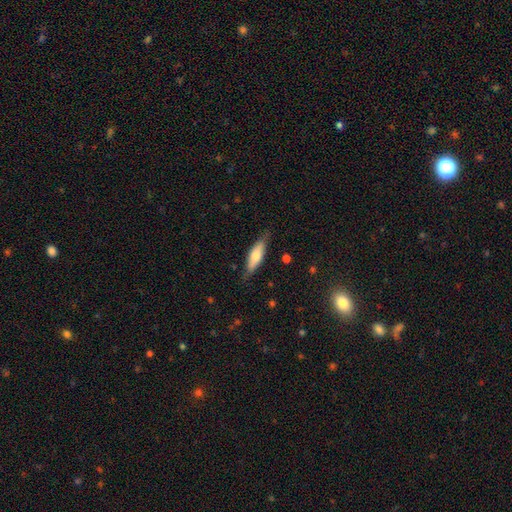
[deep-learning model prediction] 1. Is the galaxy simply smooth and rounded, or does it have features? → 63% smooth, 31% featured or disk, 6% star or artifact.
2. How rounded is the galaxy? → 51% cigar-shaped, 47% in between, 2% round.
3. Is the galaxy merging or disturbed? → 77% none, 18% minor disturbance, 4% major disturbance, 1% merger.